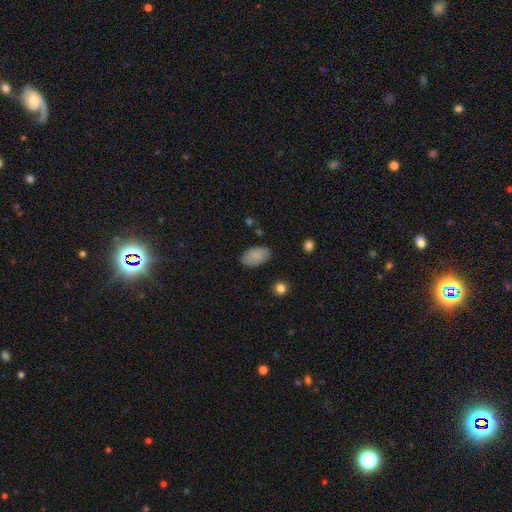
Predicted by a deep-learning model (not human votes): Q: Smooth or featured?
A: smooth (86%); runner-up: star or artifact (7%)
Q: How rounded?
A: in between (94%); runner-up: round (4%)
Q: Merging?
A: none (84%); runner-up: minor disturbance (12%)